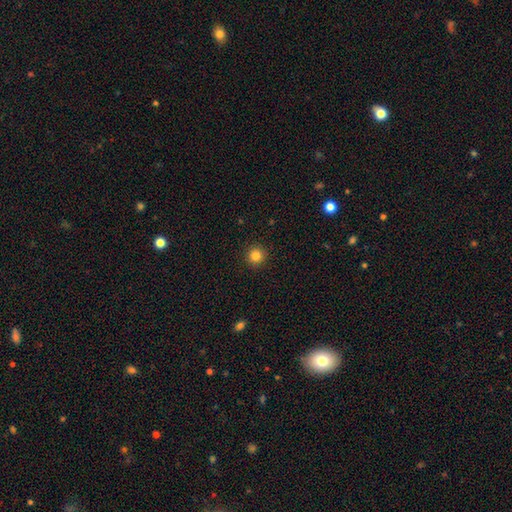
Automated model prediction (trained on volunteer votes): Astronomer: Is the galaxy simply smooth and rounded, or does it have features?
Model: smooth — 84%.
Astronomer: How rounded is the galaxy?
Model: round — 95%.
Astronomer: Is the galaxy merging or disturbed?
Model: none — 93%.